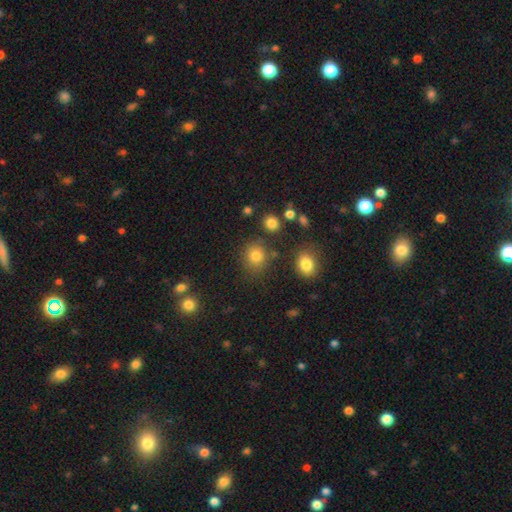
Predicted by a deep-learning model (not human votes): Morphology: type=smooth (79%); roundness=round (77%); merging=none (78%).